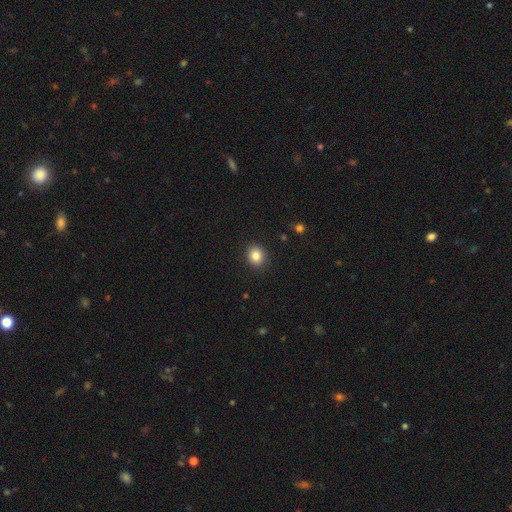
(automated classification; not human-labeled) The model was most divided on "how rounded": round: 74%, in between: 25%, cigar-shaped: 1%. More confident: merging — none (90%); smooth or featured — smooth (85%).